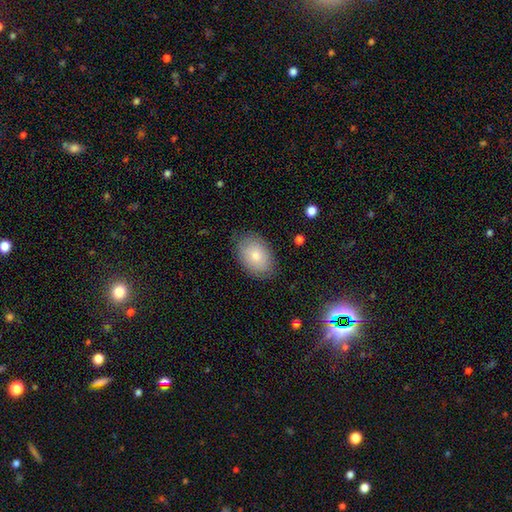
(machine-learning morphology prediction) Smooth or featured? smooth (78%)
How rounded? in between (86%)
Merging? none (81%)